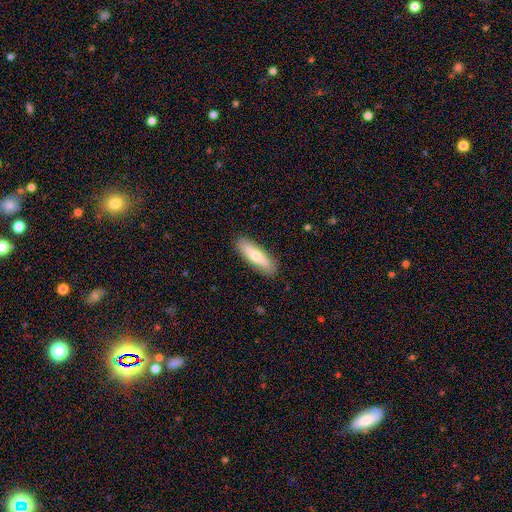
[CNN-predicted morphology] smooth-or-featured: smooth: 69% | featured or disk: 25% | star or artifact: 6%
  how-rounded: cigar-shaped: 56% | in between: 42% | round: 2%
  merging: none: 88% | minor disturbance: 9% | major disturbance: 2% | merger: 1%